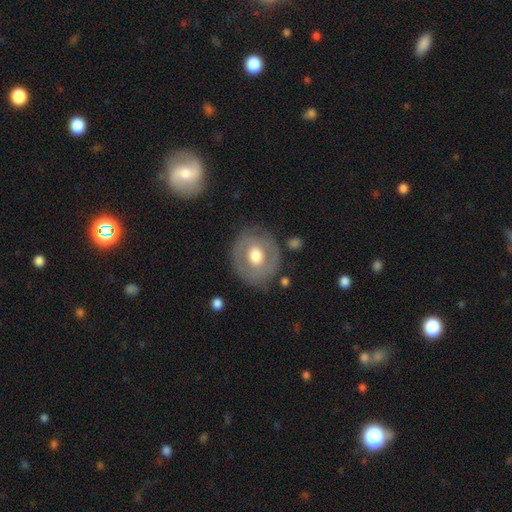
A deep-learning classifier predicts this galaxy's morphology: This appears to be a smooth galaxy with no disk features (49%). Merging: none (77%).